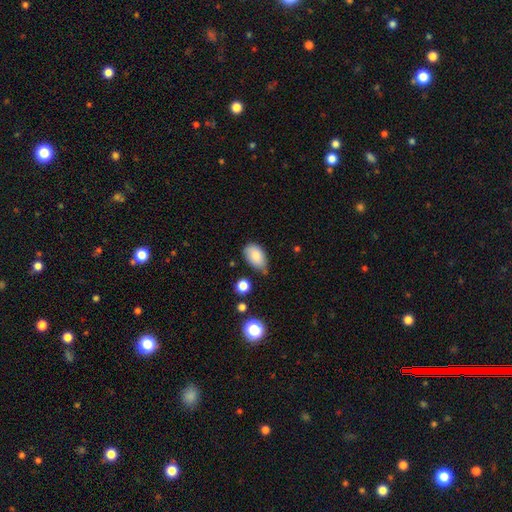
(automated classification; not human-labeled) smooth_or_featured: smooth (p=0.83) [alt: featured or disk p=0.09]
how_rounded: in between (p=0.90) [alt: round p=0.09]
merging: none (p=0.56) [alt: minor disturbance p=0.33]